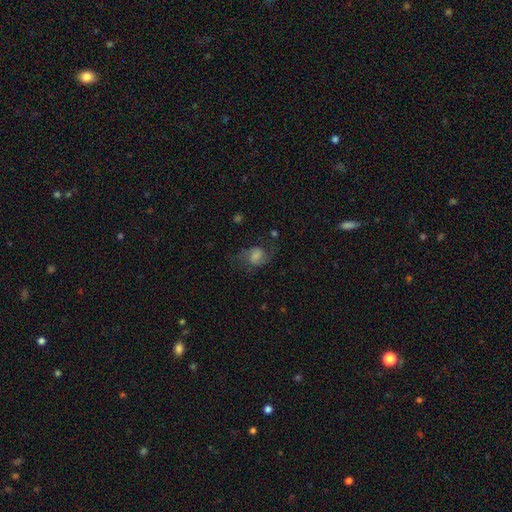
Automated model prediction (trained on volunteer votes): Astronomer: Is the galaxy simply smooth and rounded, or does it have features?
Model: smooth — 46% (runner-up: featured or disk, 43%).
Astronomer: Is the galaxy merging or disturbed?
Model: none — 51%.